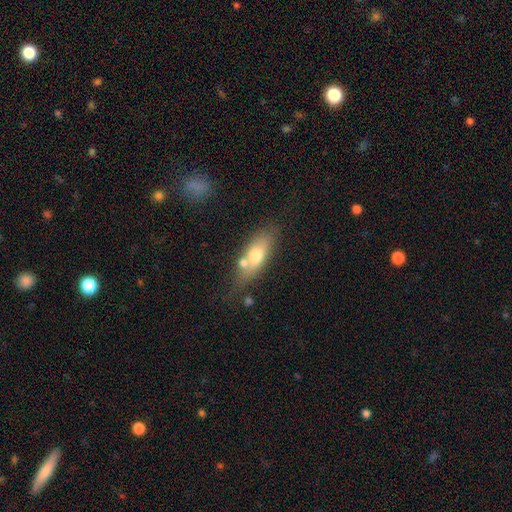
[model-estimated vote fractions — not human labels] This appears to be a smooth galaxy with no disk features (63%) that is in between round and cigar-shaped (68%). Merging: none (56%).